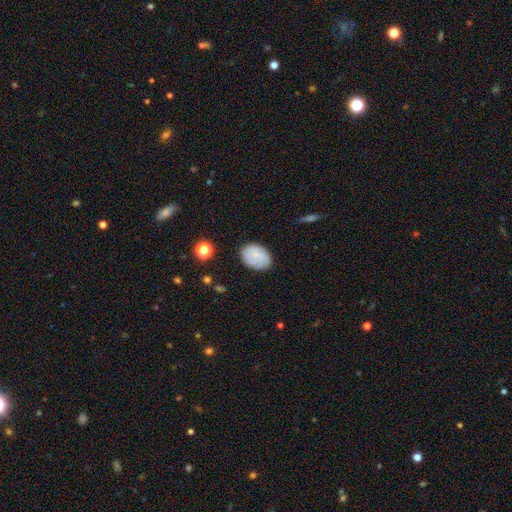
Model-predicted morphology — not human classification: Smooth or featured? Predicted: smooth (p=0.65). How rounded? Predicted: in between (p=0.76). Merging? Predicted: none (p=0.79).